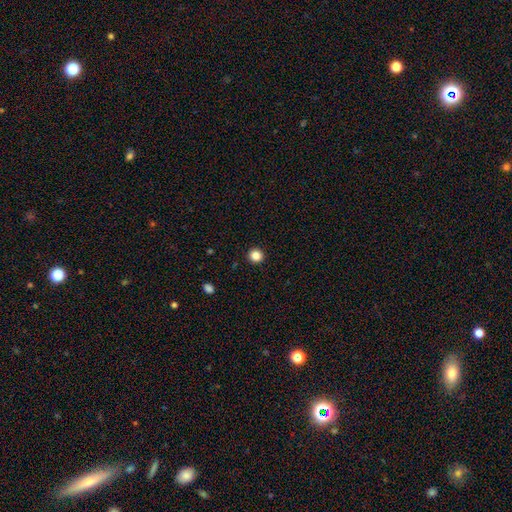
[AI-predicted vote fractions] Smooth or featured? Predicted: smooth (p=0.85). How rounded? Predicted: round (p=0.94). Merging? Predicted: none (p=0.94).